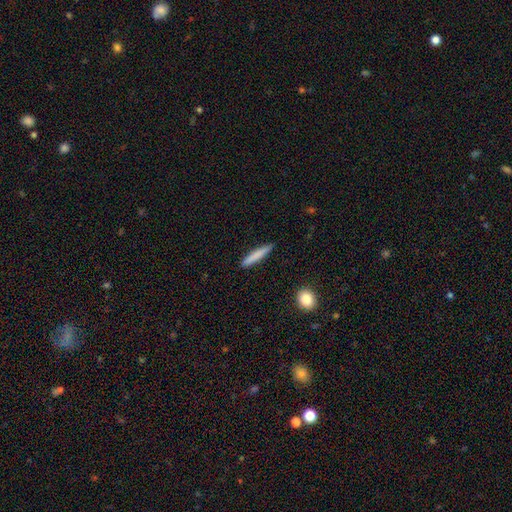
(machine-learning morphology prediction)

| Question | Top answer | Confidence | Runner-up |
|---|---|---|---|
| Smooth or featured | smooth | 78% | featured or disk (16%) |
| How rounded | cigar-shaped | 93% | in between (5%) |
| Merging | none | 90% | minor disturbance (7%) |